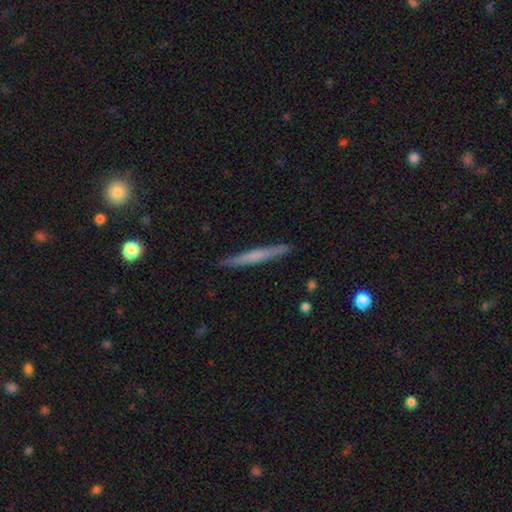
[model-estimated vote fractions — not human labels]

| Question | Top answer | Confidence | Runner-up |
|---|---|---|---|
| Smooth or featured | smooth | 51% | featured or disk (44%) |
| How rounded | cigar-shaped | 96% | in between (2%) |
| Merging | none | 91% | minor disturbance (7%) |